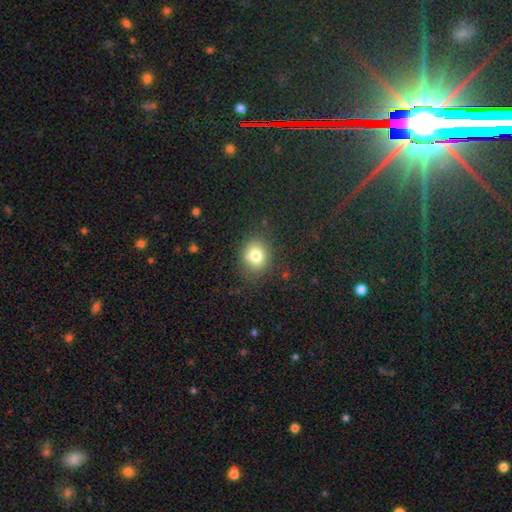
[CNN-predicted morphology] Smooth or featured?
  - smooth: 77% *
  - star or artifact: 13%
  - featured or disk: 11%
How rounded?
  - round: 65% *
  - in between: 34%
  - cigar-shaped: 1%
Merging?
  - none: 77% *
  - minor disturbance: 15%
  - major disturbance: 5%
  - merger: 3%